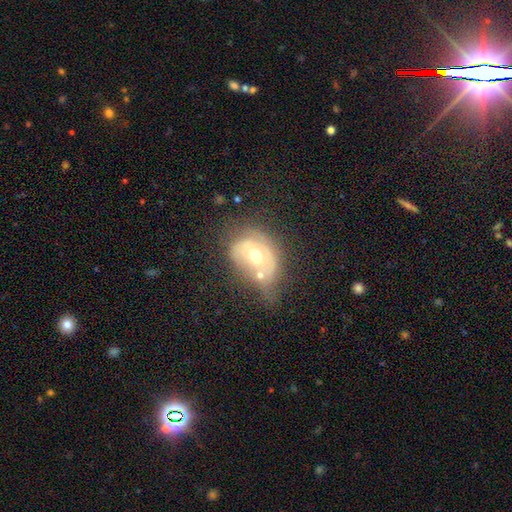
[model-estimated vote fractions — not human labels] Smooth or featured: featured or disk — 56% (smooth — 36%)
Edge-on disk: no — 95% (yes — 5%)
Bar: no — 79% (weak — 16%)
Spiral arms: no — 56% (yes — 44%)
Bulge size: moderate — 69% (small — 24%)
Merging: merger — 34% (none — 22%)